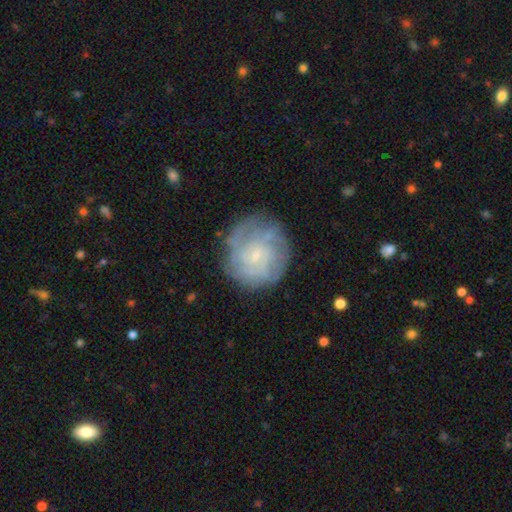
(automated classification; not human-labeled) This is likely a featured or disk galaxy (67%). It is clearly not viewed edge-on (98%). Bar: likely no (73%). Spiral arm pattern: clearly yes (86%). Spiral arm count: possibly can't tell (50%). Spiral winding: likely tight (66%). Central bulge: likely small (75%). Merging: likely none (76%).